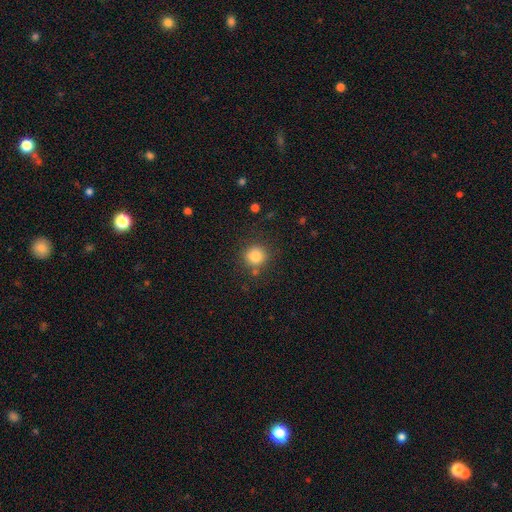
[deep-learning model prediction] This is clearly a smooth galaxy (82%). How rounded: clearly round (91%). Merging: clearly none (82%).